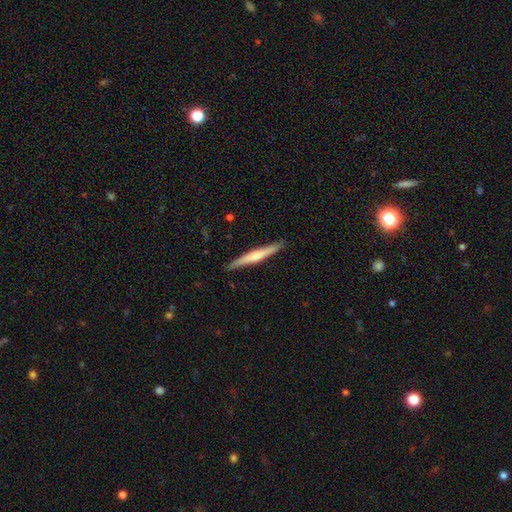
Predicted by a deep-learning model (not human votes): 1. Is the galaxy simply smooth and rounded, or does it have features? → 50% featured or disk, 45% smooth, 5% star or artifact.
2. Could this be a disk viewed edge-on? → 97% yes, 3% no.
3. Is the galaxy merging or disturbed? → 90% none, 7% minor disturbance, 1% major disturbance, 1% merger.